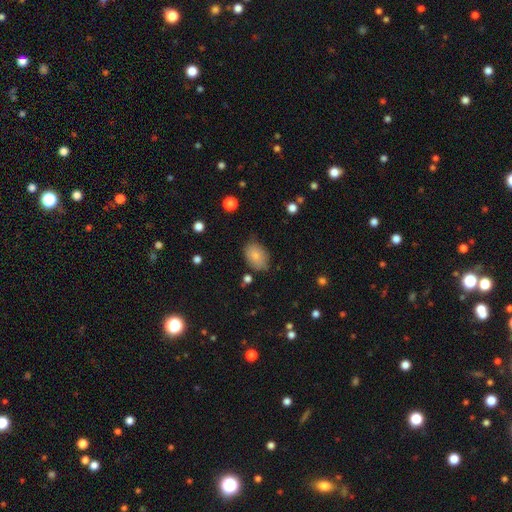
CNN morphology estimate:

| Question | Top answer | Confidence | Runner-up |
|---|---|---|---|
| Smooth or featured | smooth | 80% | featured or disk (12%) |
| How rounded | in between | 82% | round (17%) |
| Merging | none | 70% | minor disturbance (23%) |